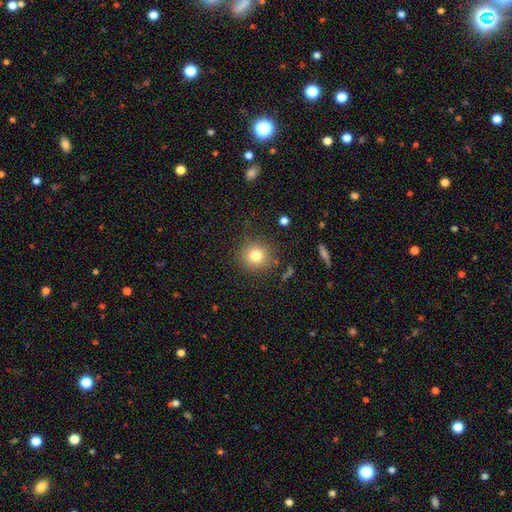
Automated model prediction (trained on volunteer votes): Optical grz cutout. It shows a smooth galaxy with no disk features (79%) that is round (93%). Merging: none (83%).